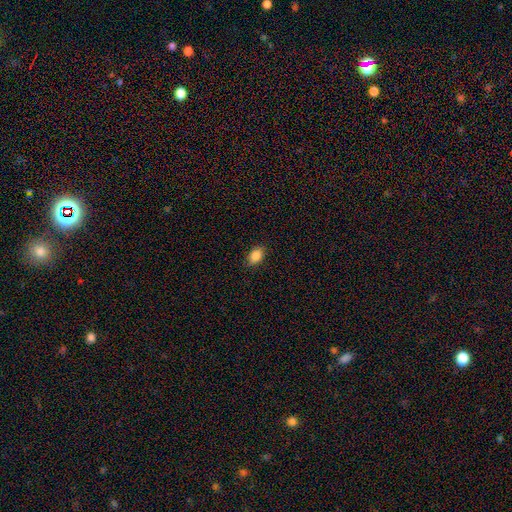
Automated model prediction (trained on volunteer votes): This is clearly a smooth galaxy (87%). How rounded: clearly in between (84%). Merging: clearly none (85%).